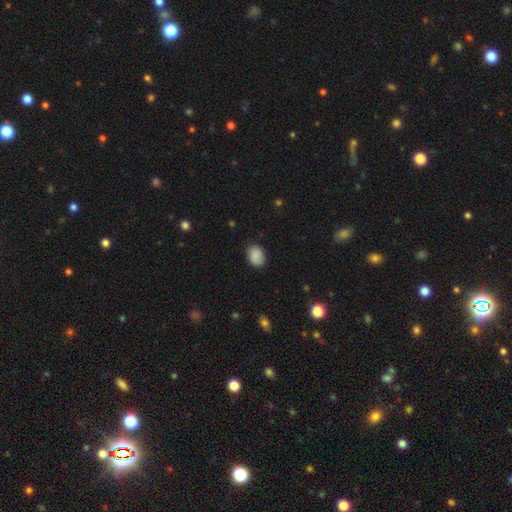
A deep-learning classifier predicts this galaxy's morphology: Overall: smooth (87%). How rounded: in between (72%). Merging: none (81%).